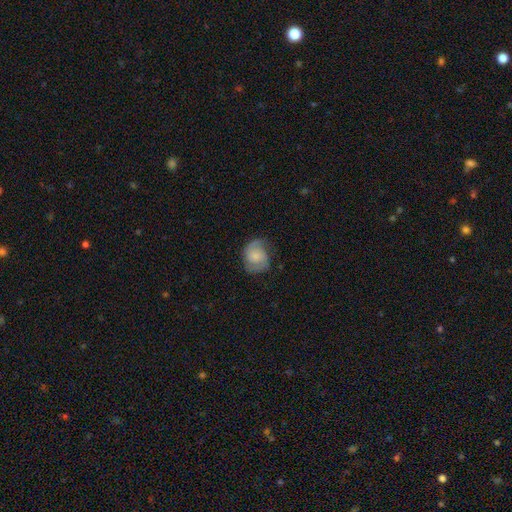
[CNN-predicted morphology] This is possibly a featured or disk galaxy (57%). It is clearly not viewed edge-on (97%). Bar: likely no (70%). Spiral arm pattern: clearly yes (91%). Spiral arm count: likely 2 (78%). Spiral winding: possibly medium (46%). Central bulge: possibly small (46%). Merging: likely none (65%).